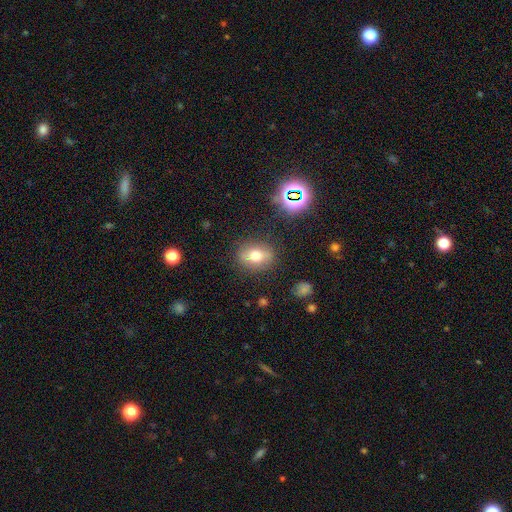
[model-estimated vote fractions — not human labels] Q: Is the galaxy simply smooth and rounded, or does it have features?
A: smooth — 58%.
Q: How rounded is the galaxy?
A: in between — 62%.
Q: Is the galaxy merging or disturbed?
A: none — 82%.